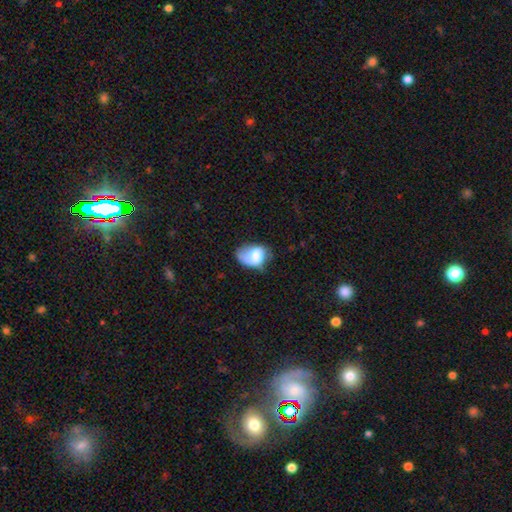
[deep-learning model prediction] Smooth or featured: smooth — 68% (featured or disk — 24%)
How rounded: in between — 76% (round — 23%)
Merging: minor disturbance — 39% (none — 34%)